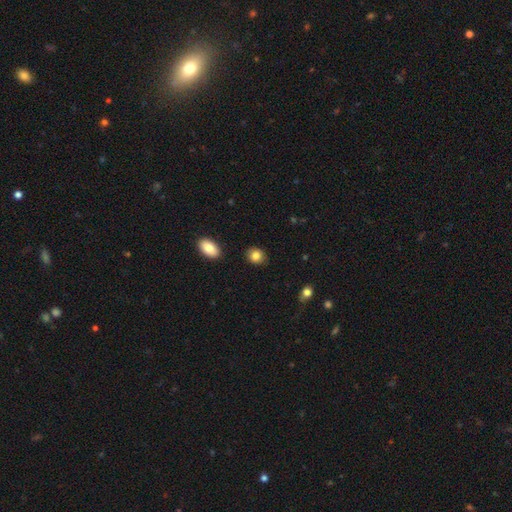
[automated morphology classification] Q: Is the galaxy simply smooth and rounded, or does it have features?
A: smooth — 86%.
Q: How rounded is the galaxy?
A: round — 63%.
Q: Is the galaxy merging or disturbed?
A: none — 87%.